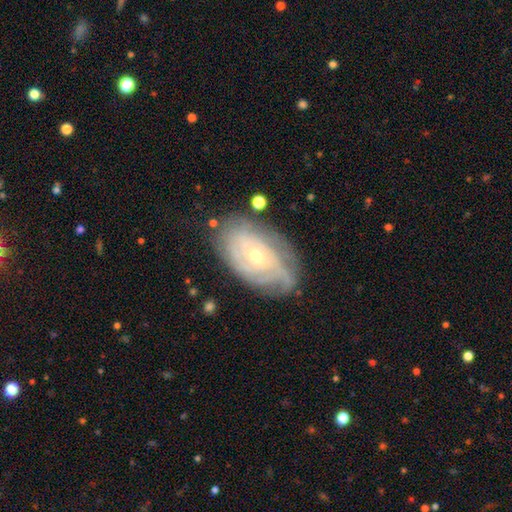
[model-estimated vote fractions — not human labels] A featured or disk galaxy (83%) with no bar (72%), tight (74%) spiral arms (94%) and a small central bulge (58%).

Vote fractions:
- Smooth or featured? featured or disk: 83% / smooth: 11% / star or artifact: 6%
- Edge-on disk? no: 95% / yes: 5%
- Bar? no: 72% / weak: 23% / strong: 5%
- Spiral arms? yes: 94% / no: 6%
- Spiral winding? tight: 74% / medium: 20% / loose: 5%
- Spiral arm count? can't tell: 42% / 3: 17% / 4: 16% / 2: 13% / more than 4: 7% / 1: 5%
- Bulge size? small: 58% / moderate: 39% / large: 1% / none: 1% / dominant: 1%
- Merging? none: 74% / minor disturbance: 19% / major disturbance: 6% / merger: 2%